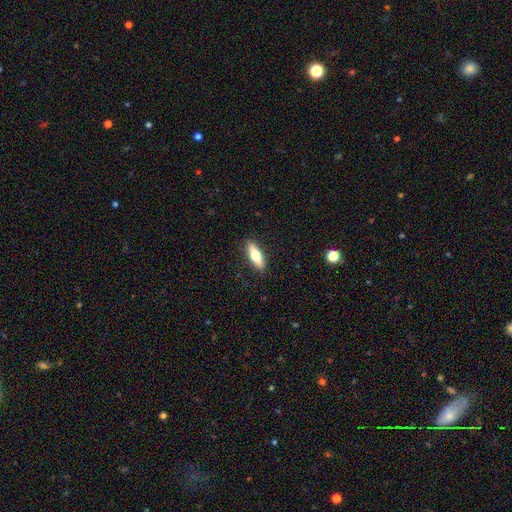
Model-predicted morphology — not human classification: Smooth or featured? smooth (61%)
How rounded? cigar-shaped (53%)
Merging? none (89%)